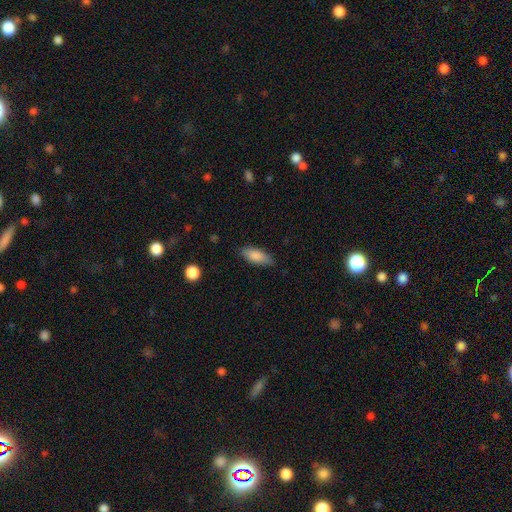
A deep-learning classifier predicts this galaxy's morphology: smooth 85%, featured or disk 9%, star or artifact 6%. Down the decision tree: how rounded — in between (76%); merging — none (81%).